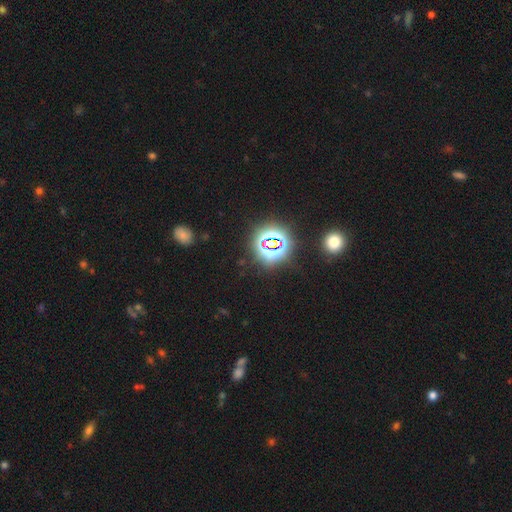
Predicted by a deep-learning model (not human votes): A star or artifact, not a galaxy (77%).